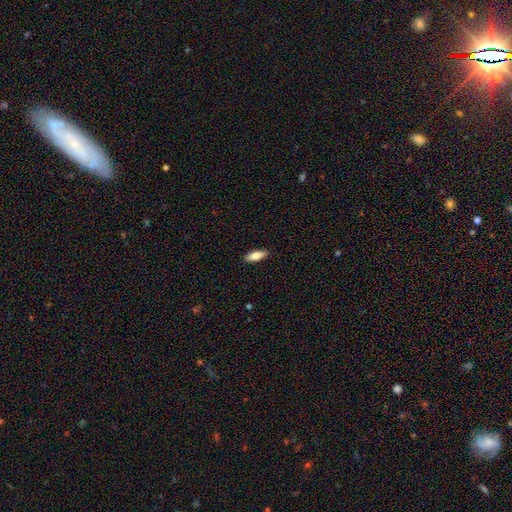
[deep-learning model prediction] Q: Smooth or featured?
A: smooth (79%); runner-up: featured or disk (15%)
Q: How rounded?
A: in between (66%); runner-up: cigar-shaped (32%)
Q: Merging?
A: none (89%); runner-up: minor disturbance (8%)